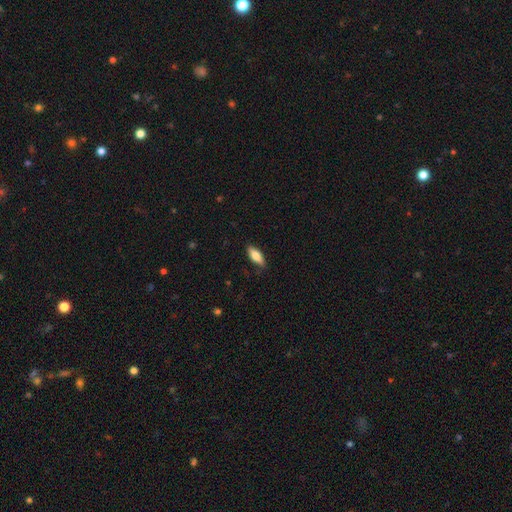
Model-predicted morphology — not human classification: smooth_or_featured: smooth (p=0.74) [alt: featured or disk p=0.20]
how_rounded: in between (p=0.72) [alt: cigar-shaped p=0.26]
merging: none (p=0.82) [alt: minor disturbance p=0.14]